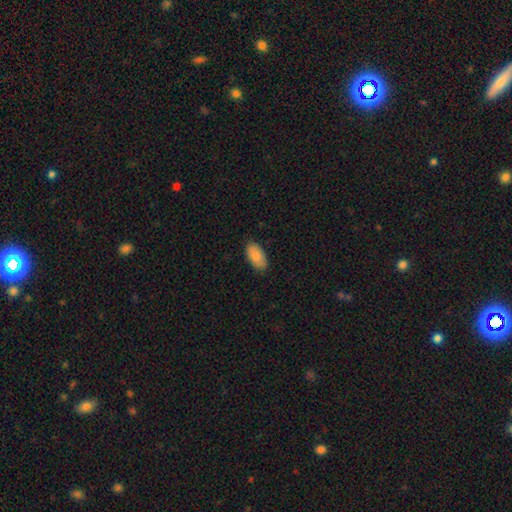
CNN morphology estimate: smooth 87%, featured or disk 7%, star or artifact 6%. Down the decision tree: how rounded — in between (94%); merging — none (85%).